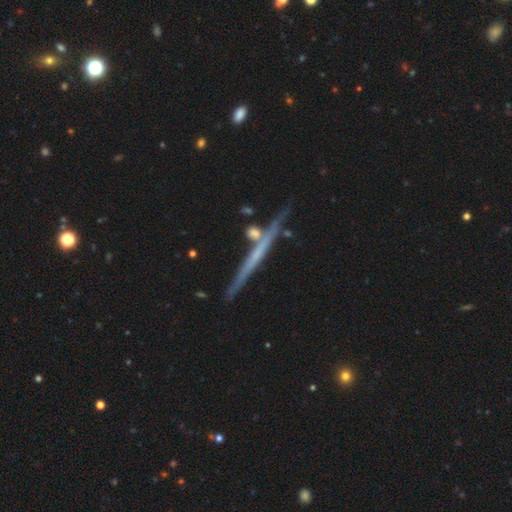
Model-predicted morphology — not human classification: Smooth or featured? featured or disk (65%)
Edge-on disk? yes (96%)
Edge-on bulge? none (82%)
Merging? none (79%)